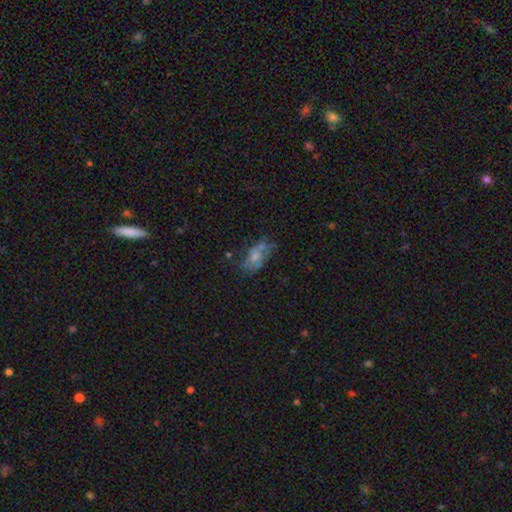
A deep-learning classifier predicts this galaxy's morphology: Smooth or featured? featured or disk (46%)
Merging? none (45%)